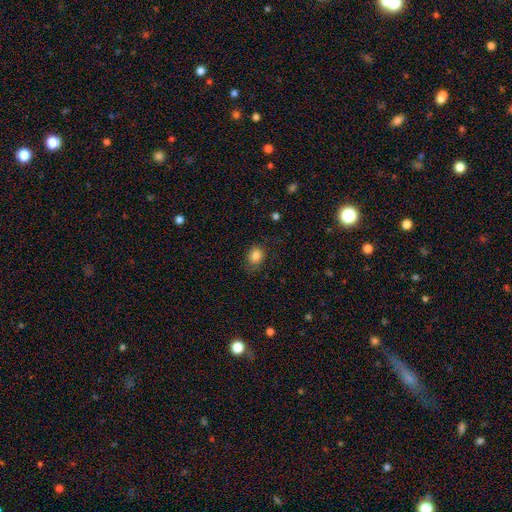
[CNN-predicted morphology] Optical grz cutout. It shows a smooth galaxy with no disk features (84%) that is round (50%). Merging: none (77%).